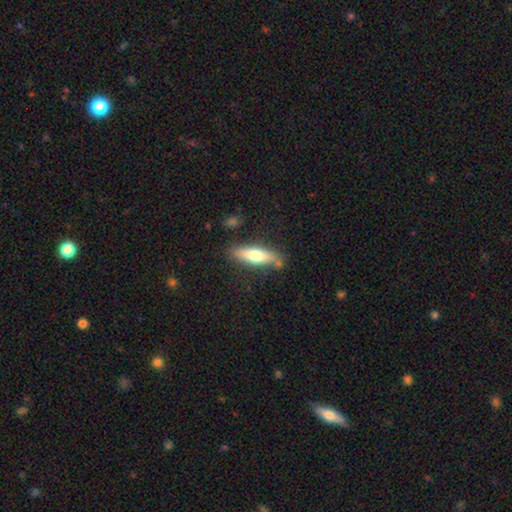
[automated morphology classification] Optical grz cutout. It shows a smooth galaxy with no disk features (61%) that is cigar-shaped (63%). Merging: none (78%).